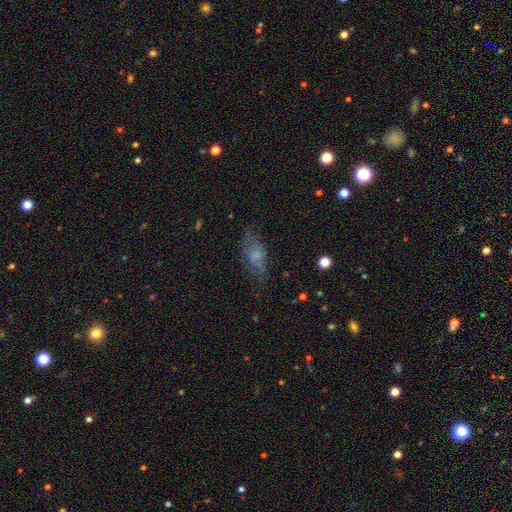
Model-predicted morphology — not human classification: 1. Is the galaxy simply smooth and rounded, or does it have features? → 57% smooth, 31% featured or disk, 12% star or artifact.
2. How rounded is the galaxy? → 74% in between, 21% cigar-shaped, 5% round.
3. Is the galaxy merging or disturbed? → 63% none, 22% minor disturbance, 12% major disturbance, 2% merger.